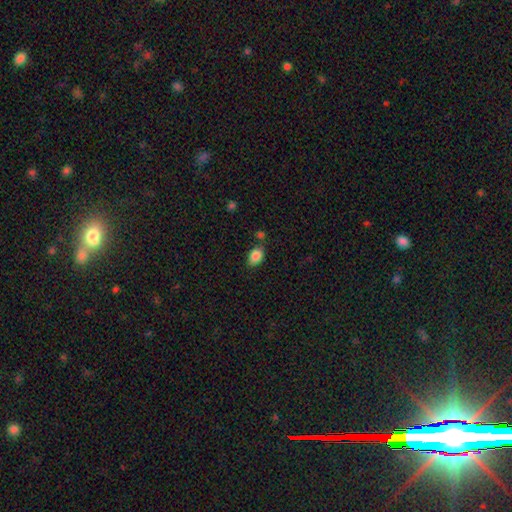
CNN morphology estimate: type=smooth (86%); roundness=in between (80%); merging=none (71%).